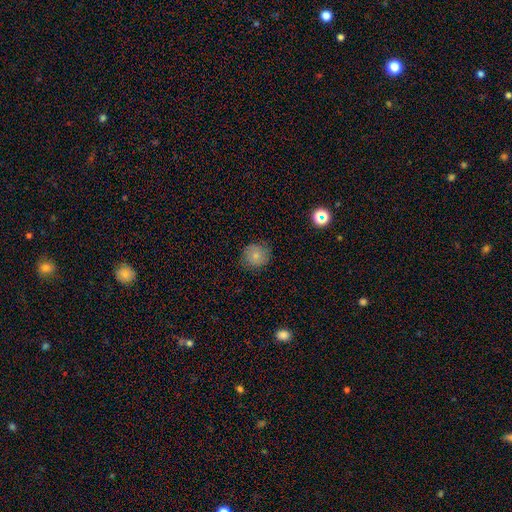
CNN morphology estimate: Q: Smooth or featured?
A: smooth (75%); runner-up: featured or disk (14%)
Q: How rounded?
A: round (89%); runner-up: in between (10%)
Q: Merging?
A: none (80%); runner-up: minor disturbance (15%)